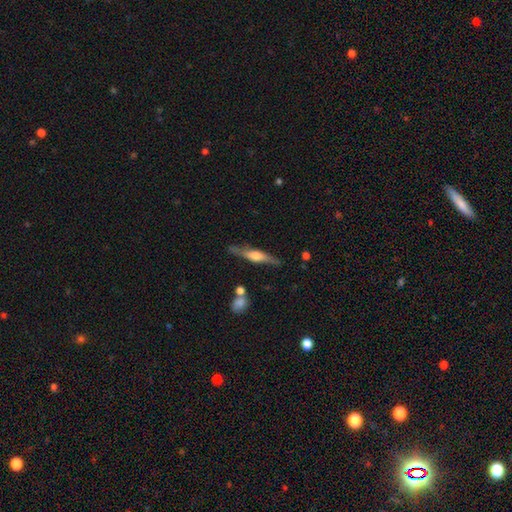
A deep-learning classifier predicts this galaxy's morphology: Smooth or featured?
  - featured or disk: 64% *
  - smooth: 30%
  - star or artifact: 6%
Edge-on disk?
  - yes: 94% *
  - no: 6%
Edge-on bulge?
  - rounded: 80% *
  - boxy: 15%
  - none: 5%
Merging?
  - none: 79% *
  - minor disturbance: 14%
  - merger: 4%
  - major disturbance: 3%